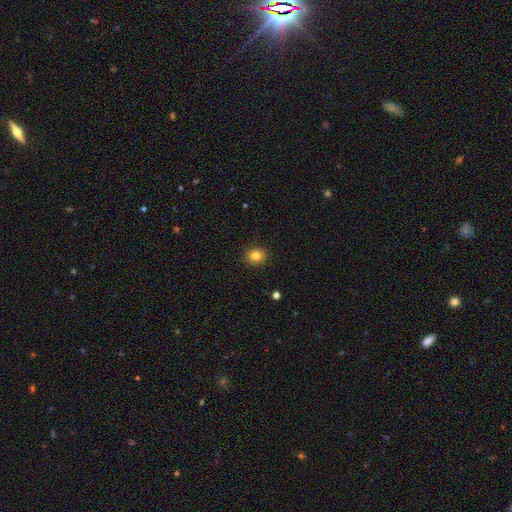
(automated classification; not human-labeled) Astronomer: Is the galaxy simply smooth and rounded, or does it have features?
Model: smooth — 82%.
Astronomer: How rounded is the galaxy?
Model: round — 70%.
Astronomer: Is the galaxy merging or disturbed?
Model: none — 91%.